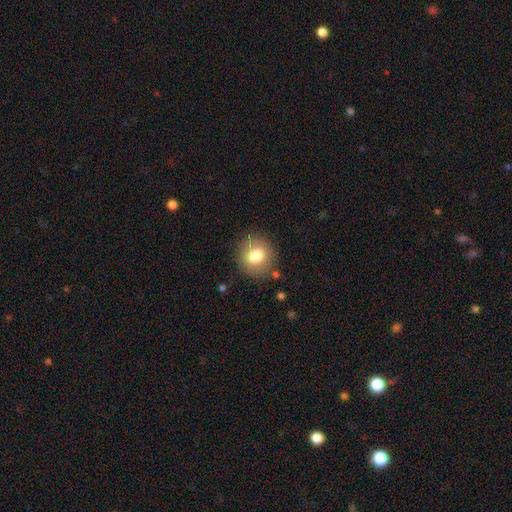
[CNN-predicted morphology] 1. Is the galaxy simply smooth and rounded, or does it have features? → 76% smooth, 14% featured or disk, 9% star or artifact.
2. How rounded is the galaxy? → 84% round, 16% in between, 1% cigar-shaped.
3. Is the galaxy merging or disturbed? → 85% none, 9% minor disturbance, 4% major disturbance, 2% merger.